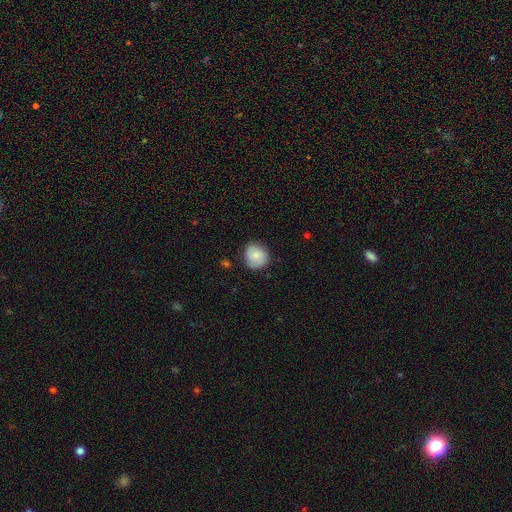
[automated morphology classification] type=smooth (81%); roundness=round (83%); merging=none (78%).